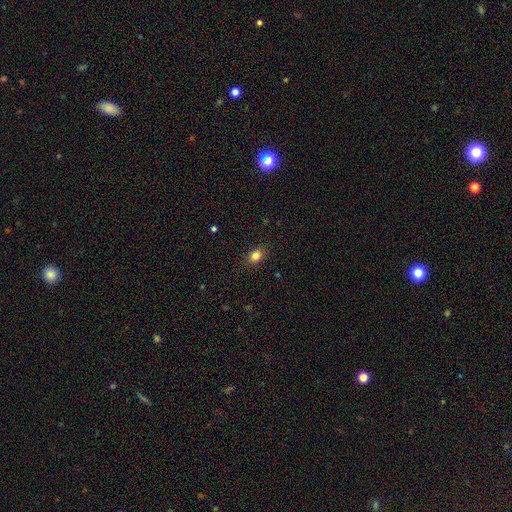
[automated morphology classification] Smooth or featured: smooth — 83% (star or artifact — 11%)
How rounded: in between — 71% (round — 27%)
Merging: none — 86% (minor disturbance — 10%)